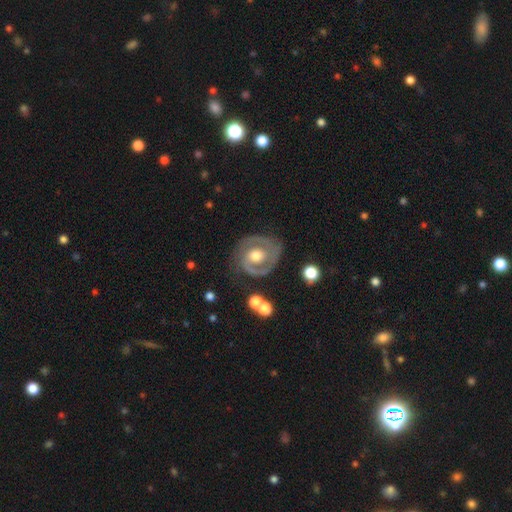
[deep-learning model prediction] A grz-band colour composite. It shows a featured or disk galaxy (83%) with no bar (64%), 2 (69%) tight (54%) spiral arms (89%) and a moderate central bulge (71%). Merging: none (75%).